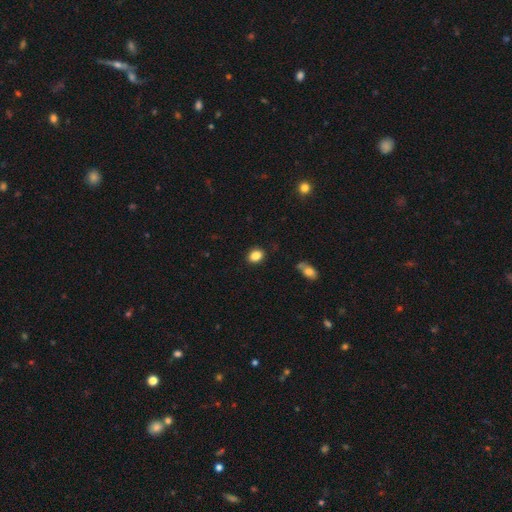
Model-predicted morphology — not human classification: smooth 86%, star or artifact 9%, featured or disk 5%. Down the decision tree: how rounded — in between (62%); merging — none (87%).